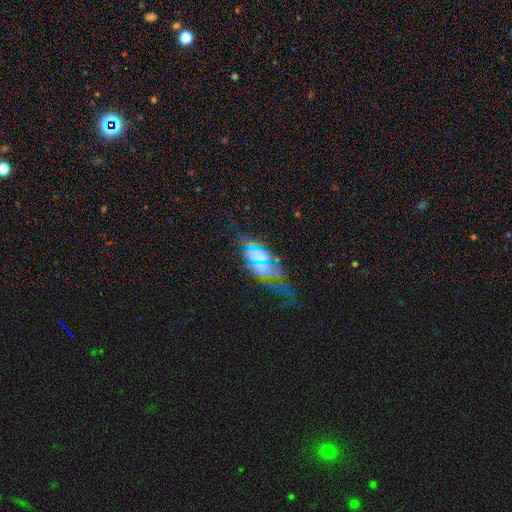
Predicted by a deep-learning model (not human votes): A featured or disk galaxy (41%). Merging: none (66%).